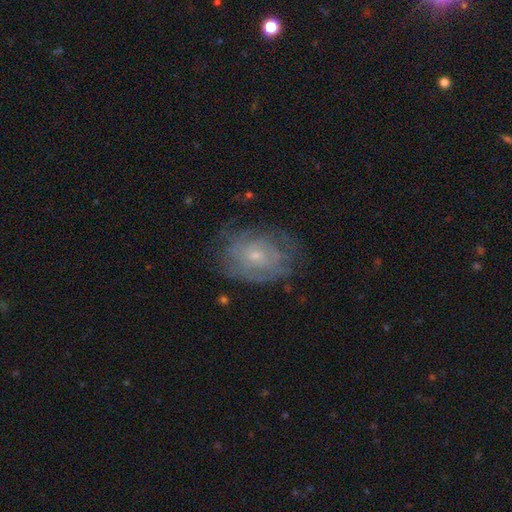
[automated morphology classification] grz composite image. It shows a featured or disk galaxy (66%) with no bar (72%), spiral arms (74%) and a small central bulge (68%). Merging: none (66%).